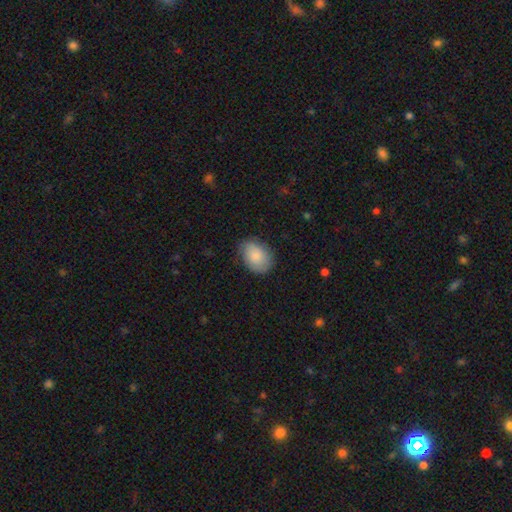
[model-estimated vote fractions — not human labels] Q: Smooth or featured?
A: smooth (82%); runner-up: featured or disk (12%)
Q: How rounded?
A: in between (76%); runner-up: round (23%)
Q: Merging?
A: none (76%); runner-up: minor disturbance (19%)